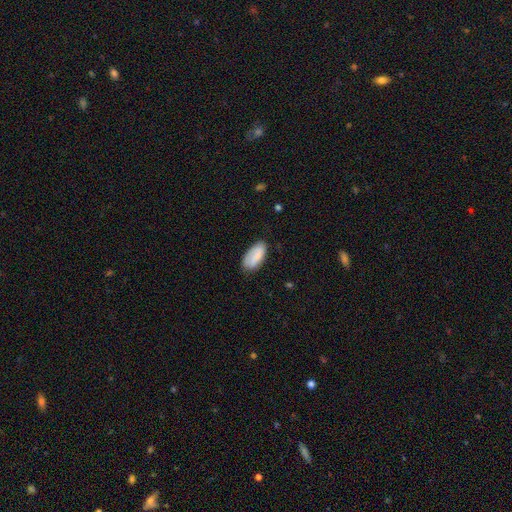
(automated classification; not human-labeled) A smooth galaxy with no disk features (81%) that is in between round and cigar-shaped (92%). Merging: none (74%).